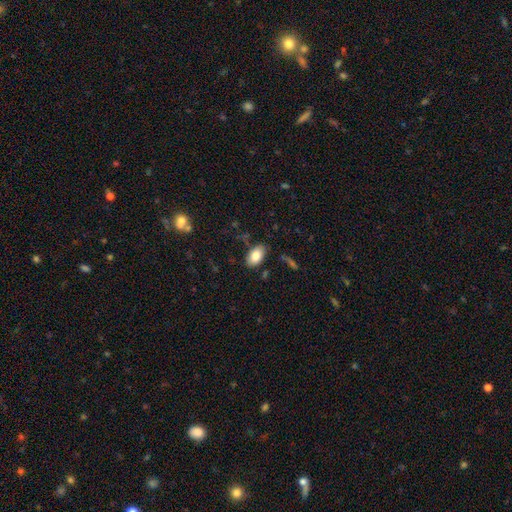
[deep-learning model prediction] Smooth or featured: smooth — 83% (featured or disk — 10%)
How rounded: in between — 93% (round — 5%)
Merging: none — 82% (minor disturbance — 13%)